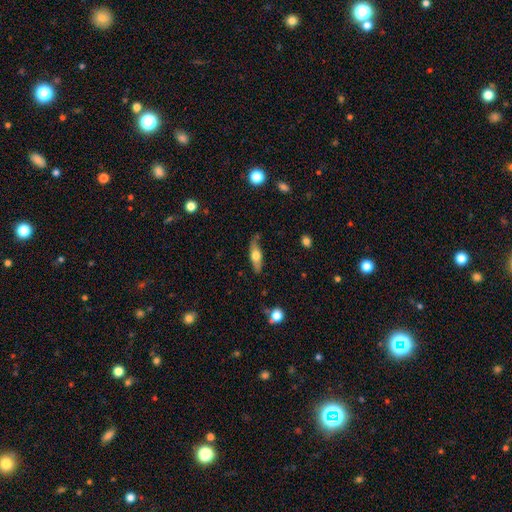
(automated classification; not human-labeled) smooth-or-featured: smooth: 49% | featured or disk: 45% | star or artifact: 6%
  merging: none: 71% | minor disturbance: 21% | major disturbance: 5% | merger: 2%